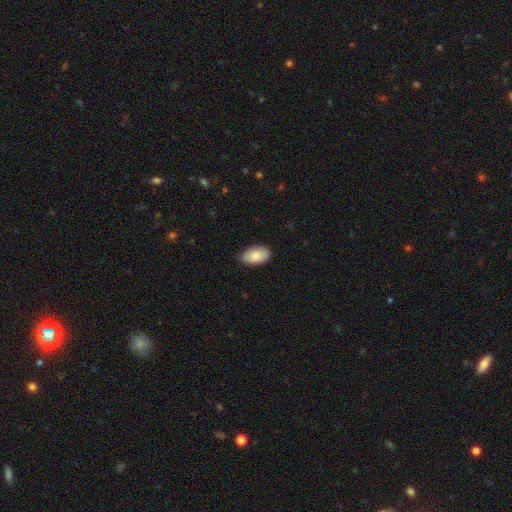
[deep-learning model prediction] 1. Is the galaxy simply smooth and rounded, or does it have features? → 82% smooth, 12% featured or disk, 6% star or artifact.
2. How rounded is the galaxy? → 94% in between, 4% round, 2% cigar-shaped.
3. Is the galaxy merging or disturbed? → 77% none, 19% minor disturbance, 2% major disturbance, 1% merger.